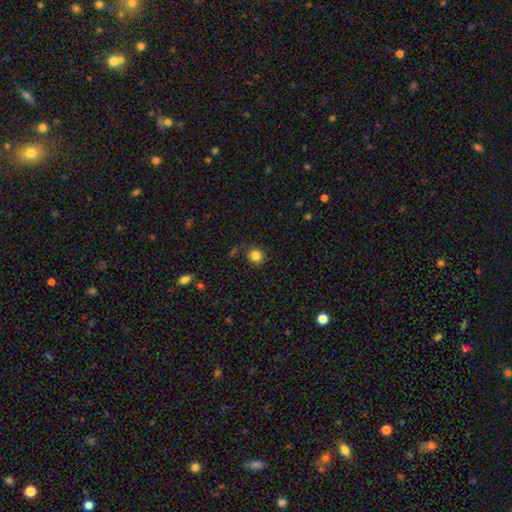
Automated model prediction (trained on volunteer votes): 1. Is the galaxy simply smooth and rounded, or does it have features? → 83% smooth, 12% star or artifact, 5% featured or disk.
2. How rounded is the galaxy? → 91% round, 8% in between, 1% cigar-shaped.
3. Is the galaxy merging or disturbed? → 88% none, 7% minor disturbance, 2% major disturbance, 2% merger.